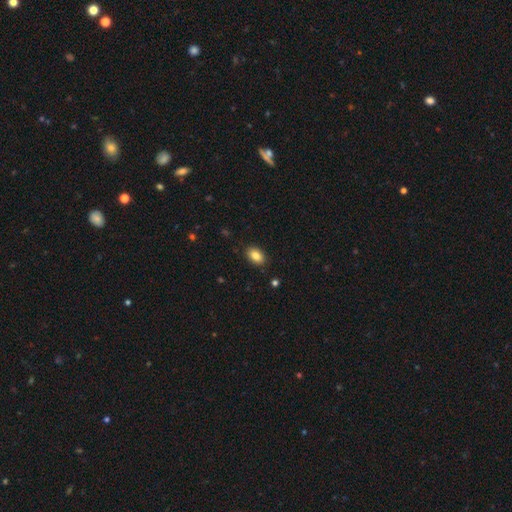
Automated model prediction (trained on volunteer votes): A smooth galaxy with no disk features (85%) that is in between round and cigar-shaped (84%). Merging: none (89%).